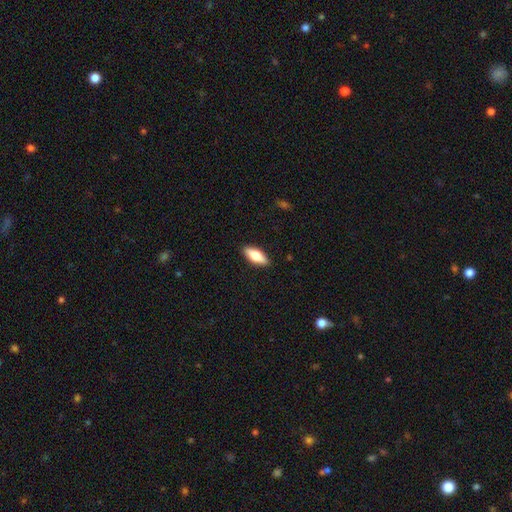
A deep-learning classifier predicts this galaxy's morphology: Smooth or featured: smooth — 67% (featured or disk — 28%)
How rounded: in between — 70% (cigar-shaped — 27%)
Merging: none — 90% (minor disturbance — 8%)